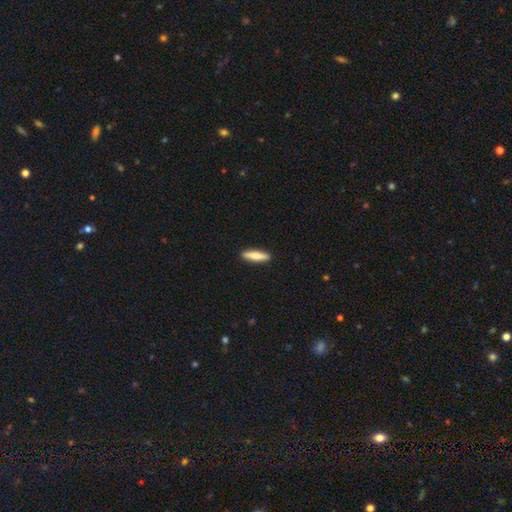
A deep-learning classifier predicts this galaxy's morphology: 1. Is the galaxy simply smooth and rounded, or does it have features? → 75% smooth, 20% featured or disk, 5% star or artifact.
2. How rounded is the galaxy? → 78% cigar-shaped, 20% in between, 2% round.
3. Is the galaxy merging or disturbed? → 92% none, 6% minor disturbance, 1% major disturbance, 1% merger.